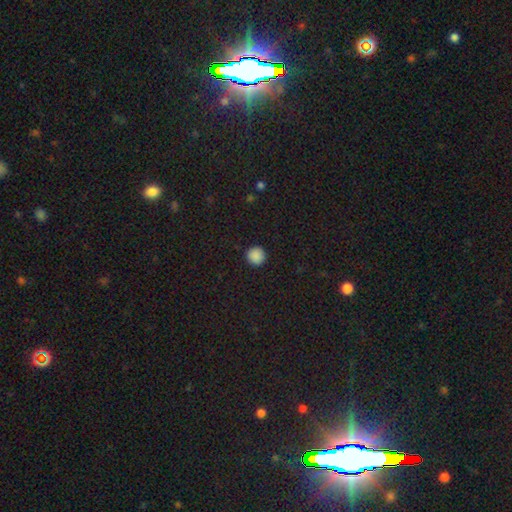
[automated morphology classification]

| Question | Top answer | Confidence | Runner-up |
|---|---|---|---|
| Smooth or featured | smooth | 88% | star or artifact (9%) |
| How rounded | round | 95% | in between (4%) |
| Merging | none | 93% | minor disturbance (5%) |